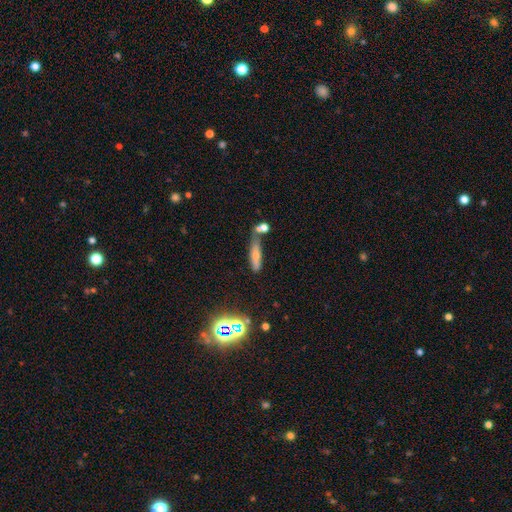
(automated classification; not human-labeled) Smooth or featured: smooth — 61% (featured or disk — 26%)
How rounded: cigar-shaped — 73% (in between — 24%)
Merging: none — 51% (merger — 26%)